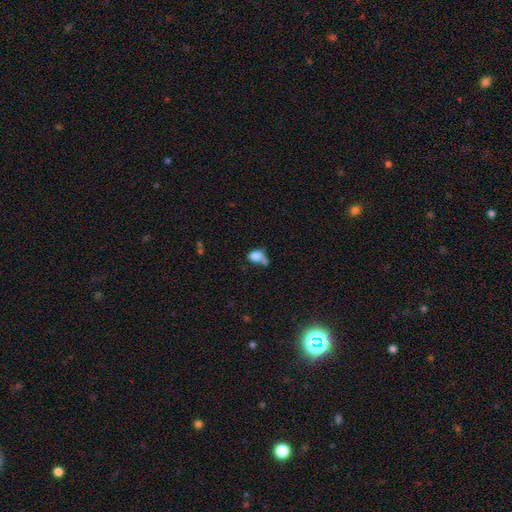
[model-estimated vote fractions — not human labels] Smooth or featured? Predicted: smooth (p=0.77). How rounded? Predicted: in between (p=0.73). Merging? Predicted: merger (p=0.34).